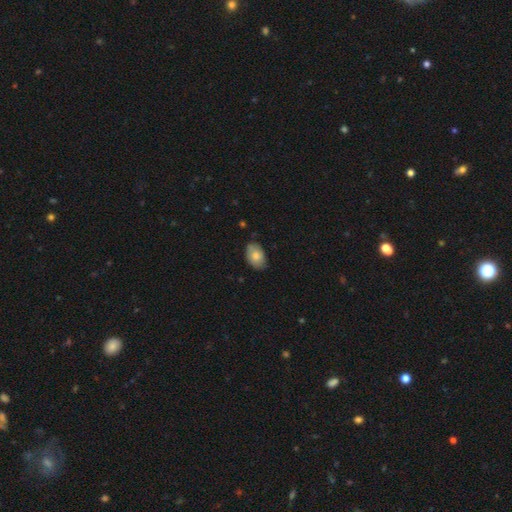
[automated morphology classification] This is likely a smooth galaxy (77%). How rounded: clearly in between (88%). Merging: likely none (74%).